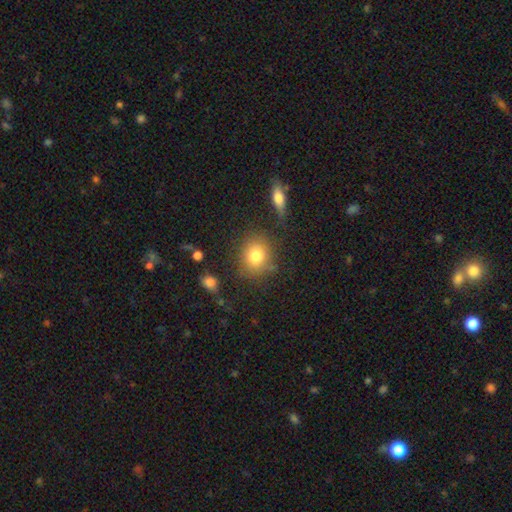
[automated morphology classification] smooth-or-featured: smooth: 80% | star or artifact: 11% | featured or disk: 9%
  how-rounded: round: 74% | in between: 24% | cigar-shaped: 1%
  merging: none: 79% | minor disturbance: 13% | major disturbance: 4% | merger: 4%